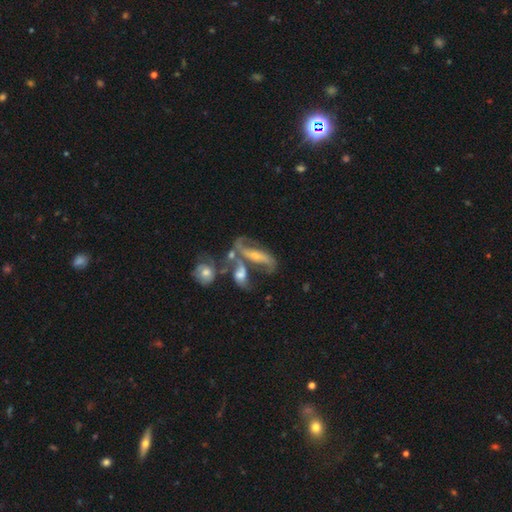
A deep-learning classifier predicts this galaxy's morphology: featured or disk 78%, smooth 14%, star or artifact 8%. Down the decision tree: edge-on disk — no (87%); bar — strong (37%); spiral arms — yes (88%); spiral arm count — 2 (83%); spiral winding — loose (54%); bulge size — small (51%); merging — merger (42%).